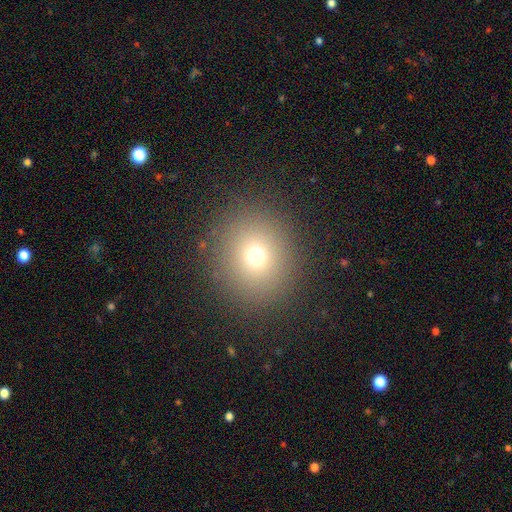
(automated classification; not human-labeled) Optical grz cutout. It shows a smooth galaxy with no disk features (71%) that is round (86%). Merging: none (89%).